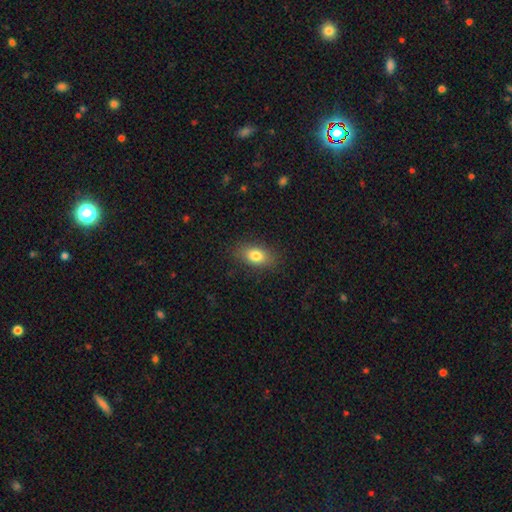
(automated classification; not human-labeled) smooth_or_featured: smooth (p=0.81) [alt: featured or disk p=0.10]
how_rounded: in between (p=0.85) [alt: round p=0.11]
merging: none (p=0.86) [alt: minor disturbance p=0.10]